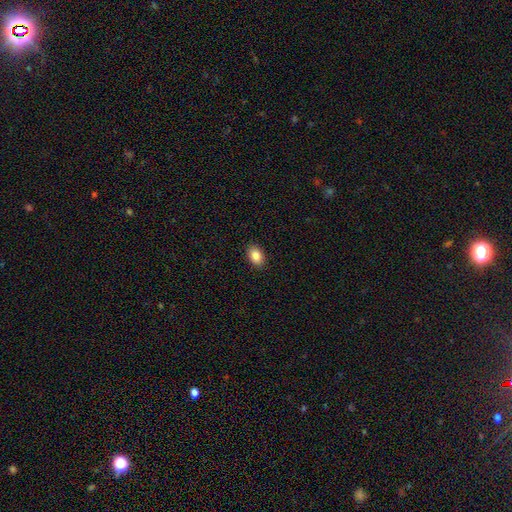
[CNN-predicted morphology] smooth 87%, star or artifact 8%, featured or disk 5%. Down the decision tree: how rounded — in between (88%); merging — none (90%).